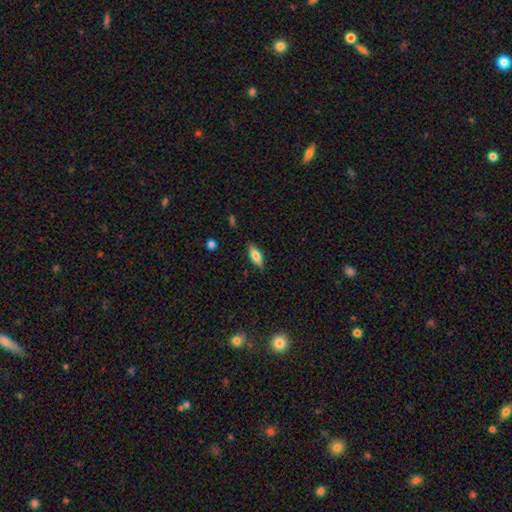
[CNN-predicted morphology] A smooth galaxy with no disk features (65%) that is in between round and cigar-shaped (64%). Merging: none (85%).